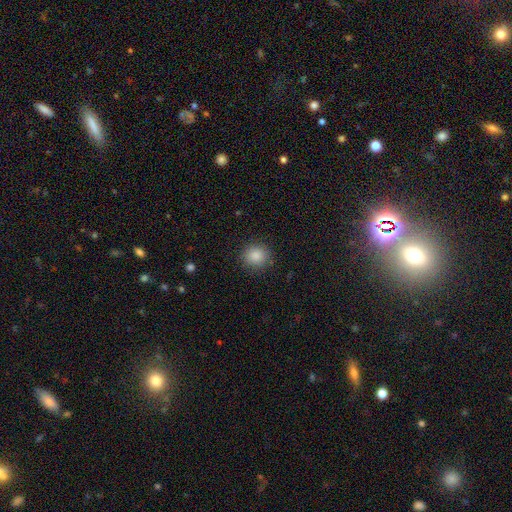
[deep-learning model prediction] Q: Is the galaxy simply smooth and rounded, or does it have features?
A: smooth — 87%.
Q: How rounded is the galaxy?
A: round — 90%.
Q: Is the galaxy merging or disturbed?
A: none — 89%.